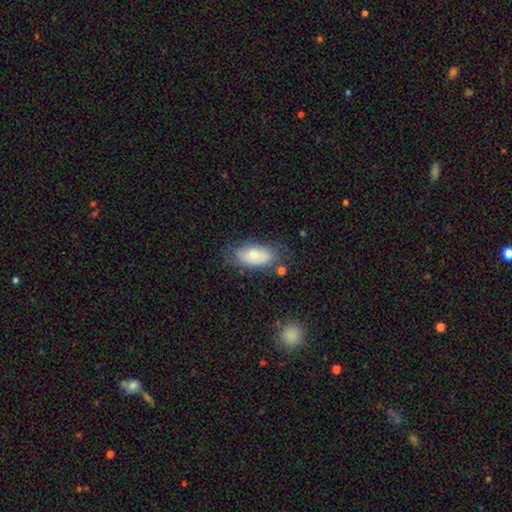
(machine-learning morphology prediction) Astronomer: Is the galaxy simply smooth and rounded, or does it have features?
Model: smooth — 73%.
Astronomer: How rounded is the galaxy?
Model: in between — 92%.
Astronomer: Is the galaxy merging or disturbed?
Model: none — 66%.